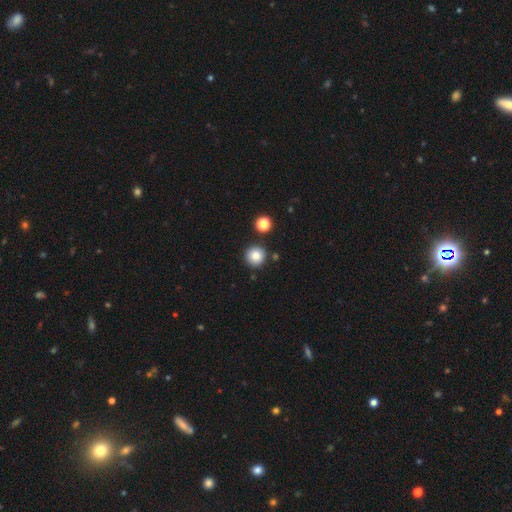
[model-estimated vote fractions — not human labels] Morphology: type=smooth (84%); roundness=round (95%); merging=none (88%).